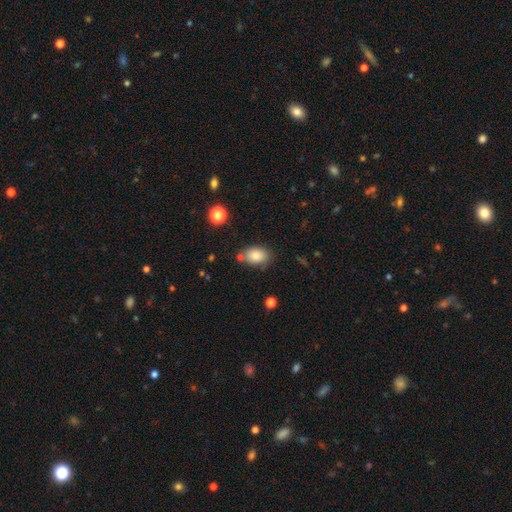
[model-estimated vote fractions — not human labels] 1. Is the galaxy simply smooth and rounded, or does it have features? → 82% smooth, 9% featured or disk, 9% star or artifact.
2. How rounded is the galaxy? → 85% in between, 14% round, 1% cigar-shaped.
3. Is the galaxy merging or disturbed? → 72% none, 16% minor disturbance, 8% merger, 4% major disturbance.